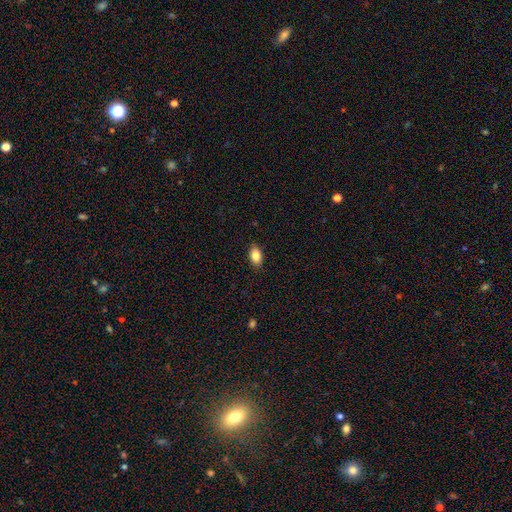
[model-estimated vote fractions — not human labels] Smooth or featured: smooth — 85% (star or artifact — 8%)
How rounded: in between — 89% (round — 8%)
Merging: none — 86% (minor disturbance — 10%)